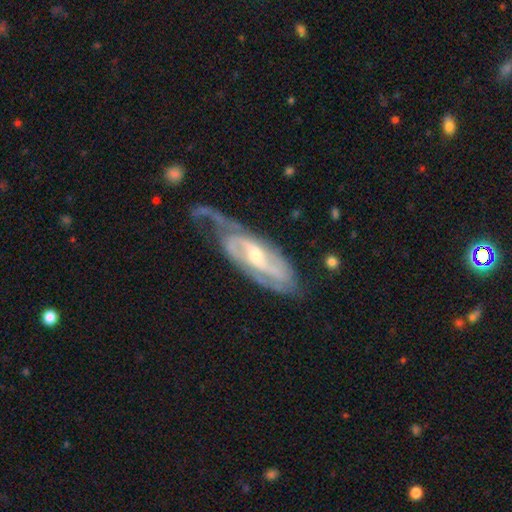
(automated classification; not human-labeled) This appears to be a featured or disk galaxy (87%) with a weak bar (45%), 2 (65%) tight (43%) spiral arms (96%) and a moderate central bulge (52%). Merging: none (47%).